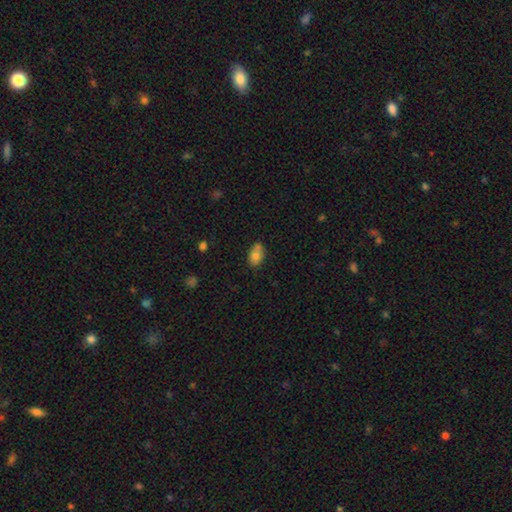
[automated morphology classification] type=smooth (79%); roundness=in between (86%); merging=none (59%).